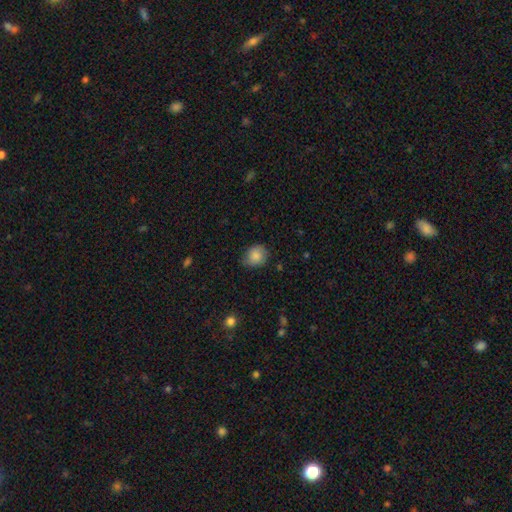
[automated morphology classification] A smooth galaxy with no disk features (83%) that is round (73%).

Vote fractions:
- Smooth or featured? smooth: 83% / featured or disk: 9% / star or artifact: 8%
- How rounded? round: 73% / in between: 26% / cigar-shaped: 1%
- Merging? none: 72% / minor disturbance: 23% / major disturbance: 4% / merger: 1%